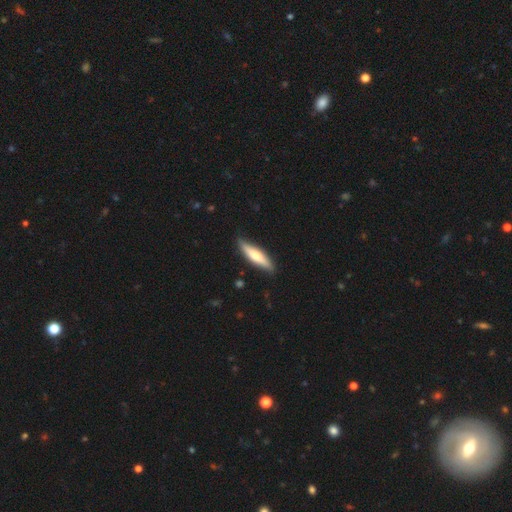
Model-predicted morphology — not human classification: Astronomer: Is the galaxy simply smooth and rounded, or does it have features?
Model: smooth — 55% (runner-up: featured or disk, 41%).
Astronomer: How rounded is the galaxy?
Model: cigar-shaped — 74%.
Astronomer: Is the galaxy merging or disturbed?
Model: none — 84%.